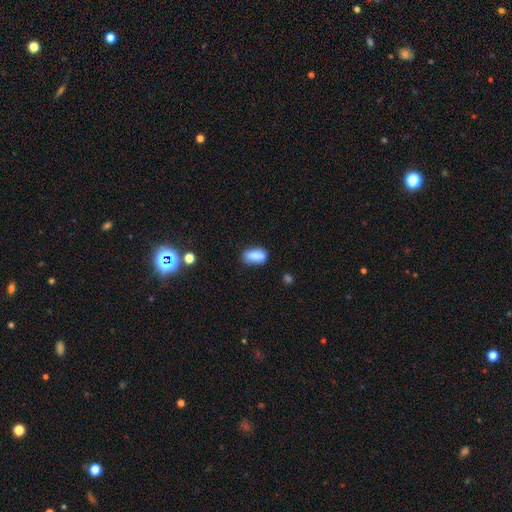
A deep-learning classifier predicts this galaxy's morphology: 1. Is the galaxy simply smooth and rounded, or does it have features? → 81% smooth, 10% featured or disk, 8% star or artifact.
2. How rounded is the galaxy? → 83% in between, 11% cigar-shaped, 6% round.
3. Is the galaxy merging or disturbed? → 65% none, 21% minor disturbance, 8% merger, 5% major disturbance.